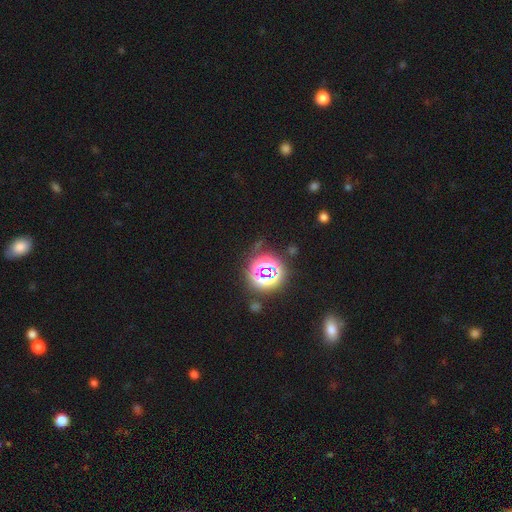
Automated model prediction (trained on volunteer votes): Smooth or featured? Predicted: star or artifact (p=0.78).